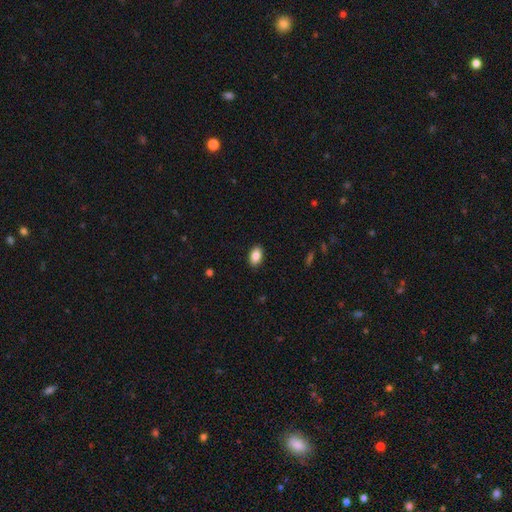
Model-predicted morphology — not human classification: This appears to be a smooth galaxy with no disk features (88%) that is in between round and cigar-shaped (92%). Merging: none (89%).